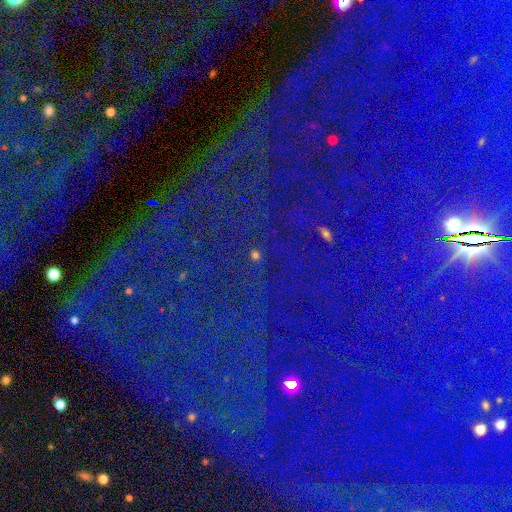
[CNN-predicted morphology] This appears to be a star or artifact, not a galaxy (78%).